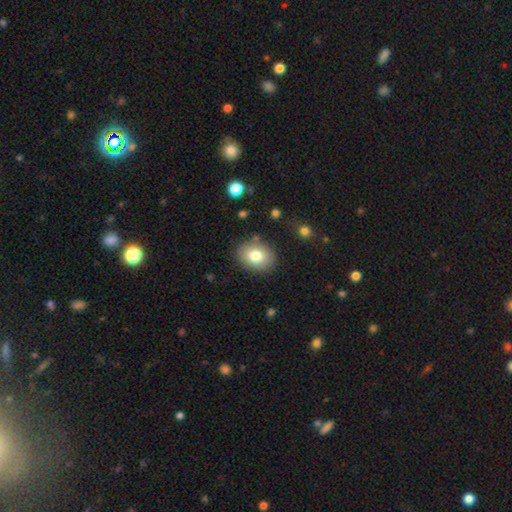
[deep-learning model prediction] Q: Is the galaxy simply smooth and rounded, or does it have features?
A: smooth — 79%.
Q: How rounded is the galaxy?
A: in between — 58%.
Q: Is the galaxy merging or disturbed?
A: none — 84%.